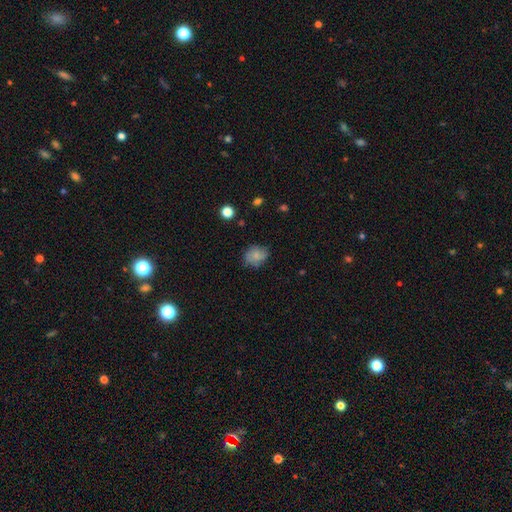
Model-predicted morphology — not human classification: type=smooth (68%); roundness=round (52%); merging=none (61%).